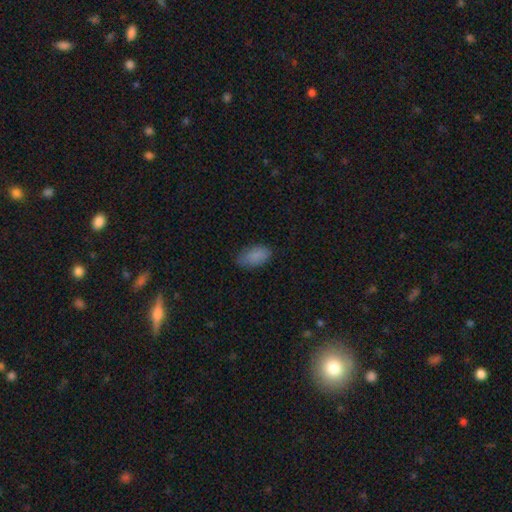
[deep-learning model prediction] smooth_or_featured: smooth (p=0.87) [alt: star or artifact p=0.08]
how_rounded: in between (p=0.93) [alt: round p=0.04]
merging: none (p=0.76) [alt: minor disturbance p=0.20]